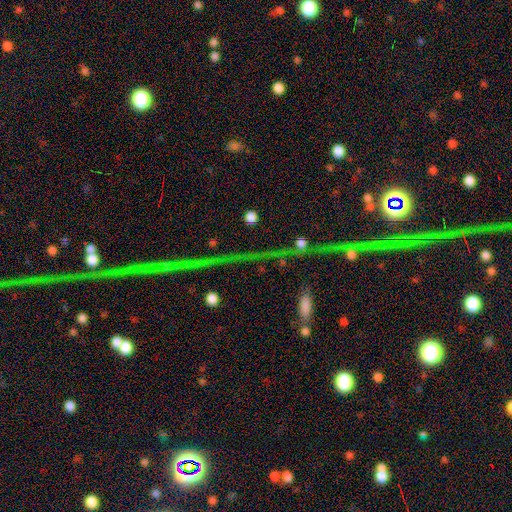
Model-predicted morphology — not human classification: smooth-or-featured: star or artifact: 77% | featured or disk: 12% | smooth: 11%